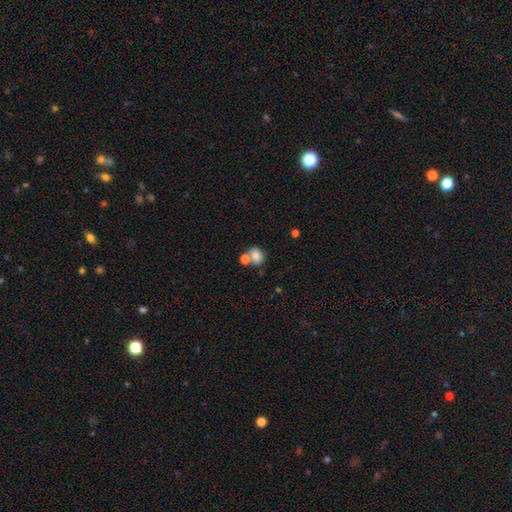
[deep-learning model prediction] A smooth galaxy with no disk features (79%) that is in between round and cigar-shaped (52%).

Vote fractions:
- Smooth or featured? smooth: 79% / star or artifact: 10% / featured or disk: 10%
- How rounded? in between: 52% / round: 47% / cigar-shaped: 1%
- Merging? none: 46% / merger: 37% / minor disturbance: 12% / major disturbance: 5%